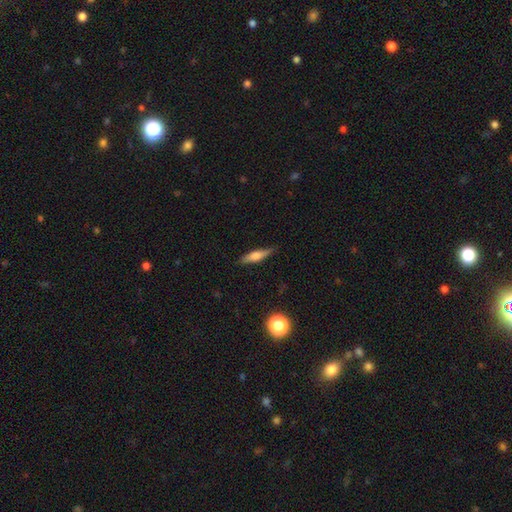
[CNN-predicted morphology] This is possibly a smooth galaxy (50%). How rounded: likely cigar-shaped (76%). Merging: clearly none (85%).